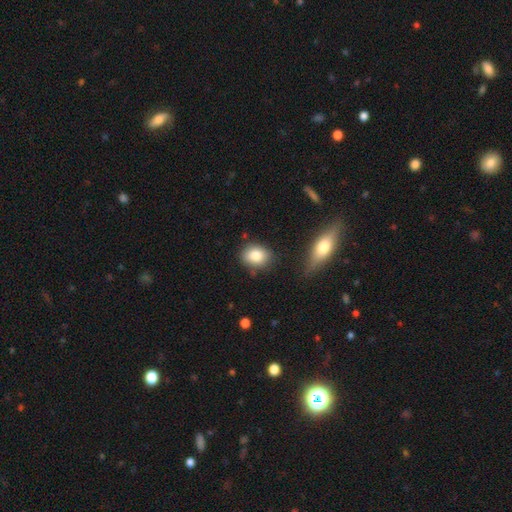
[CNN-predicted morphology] Smooth or featured?
  - smooth: 82% *
  - featured or disk: 9%
  - star or artifact: 8%
How rounded?
  - in between: 50% *
  - round: 48%
  - cigar-shaped: 2%
Merging?
  - none: 78% *
  - minor disturbance: 15%
  - merger: 4%
  - major disturbance: 3%